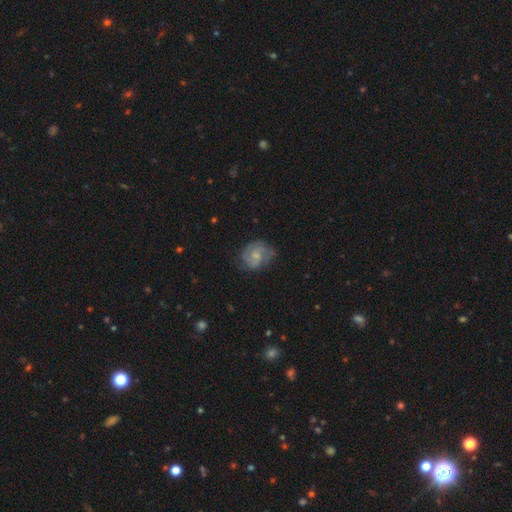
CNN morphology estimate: A featured or disk galaxy (59%) with no bar (61%), spiral arms (86%) and a small central bulge (50%). Merging: none (59%).